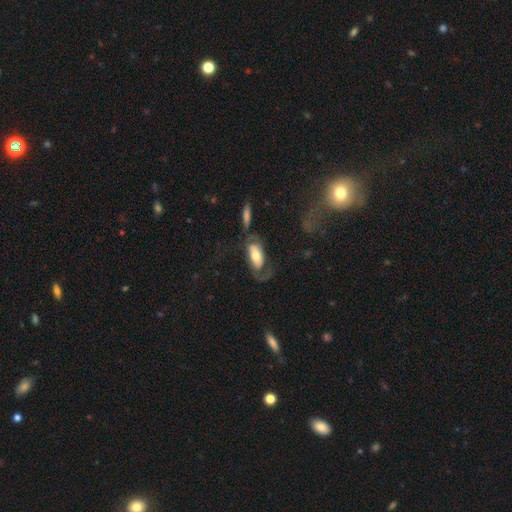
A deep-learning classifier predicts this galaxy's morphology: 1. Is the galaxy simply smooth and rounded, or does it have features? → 50% smooth, 44% featured or disk, 6% star or artifact.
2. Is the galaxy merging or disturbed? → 41% none, 33% major disturbance, 19% minor disturbance, 8% merger.